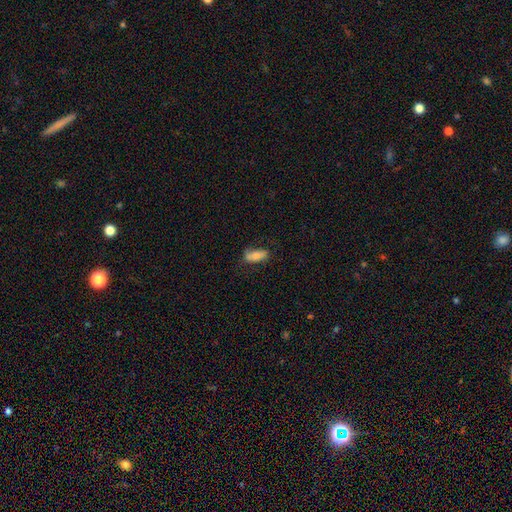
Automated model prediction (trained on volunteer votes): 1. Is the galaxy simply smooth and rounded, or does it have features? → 72% smooth, 21% featured or disk, 7% star or artifact.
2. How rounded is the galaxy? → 77% in between, 20% cigar-shaped, 3% round.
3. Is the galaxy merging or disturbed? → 64% none, 25% minor disturbance, 10% major disturbance, 2% merger.